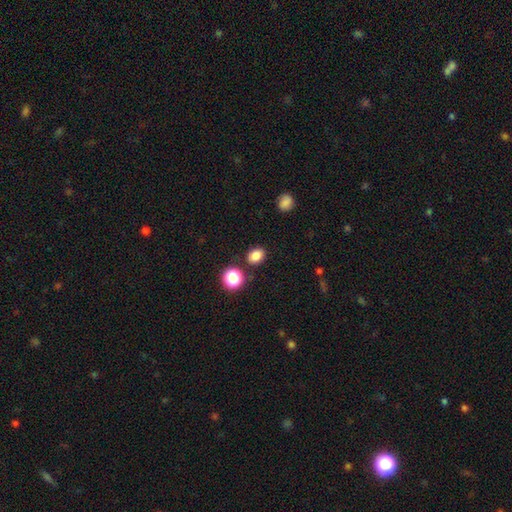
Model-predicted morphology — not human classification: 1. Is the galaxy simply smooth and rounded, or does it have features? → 81% smooth, 13% star or artifact, 5% featured or disk.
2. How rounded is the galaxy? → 50% in between, 49% round, 1% cigar-shaped.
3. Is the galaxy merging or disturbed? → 83% none, 9% minor disturbance, 5% merger, 3% major disturbance.